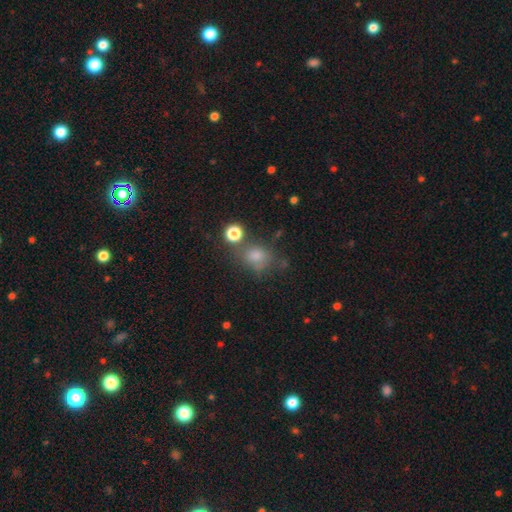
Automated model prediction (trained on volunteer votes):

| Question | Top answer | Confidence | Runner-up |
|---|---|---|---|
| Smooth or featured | smooth | 67% | star or artifact (22%) |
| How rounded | round | 64% | in between (35%) |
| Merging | none | 60% | minor disturbance (18%) |